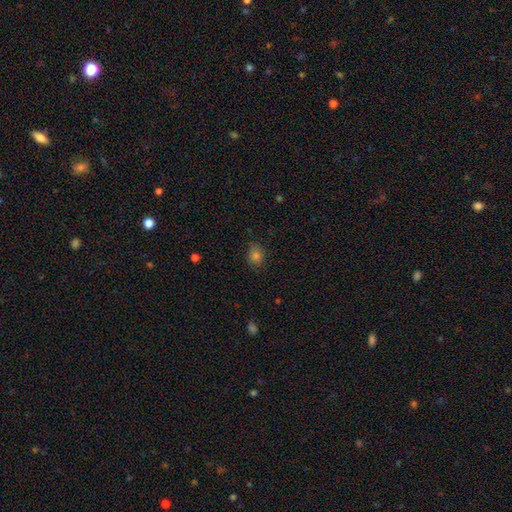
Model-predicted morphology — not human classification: Smooth or featured: smooth — 77% (star or artifact — 15%)
How rounded: round — 55% (in between — 44%)
Merging: none — 82% (minor disturbance — 14%)